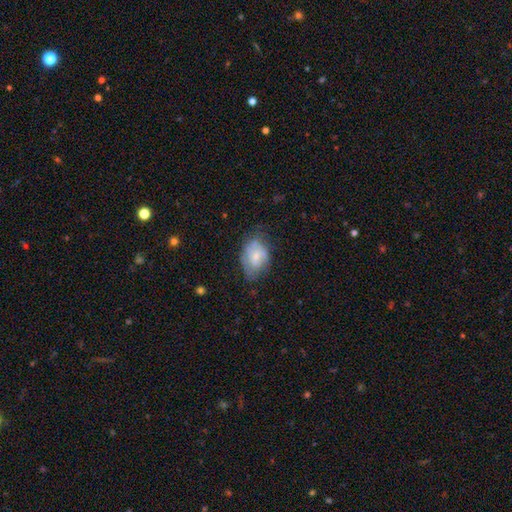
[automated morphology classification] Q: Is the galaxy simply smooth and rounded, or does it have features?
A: smooth — 55%.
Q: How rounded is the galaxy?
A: in between — 81%.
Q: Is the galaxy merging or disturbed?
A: none — 47%.